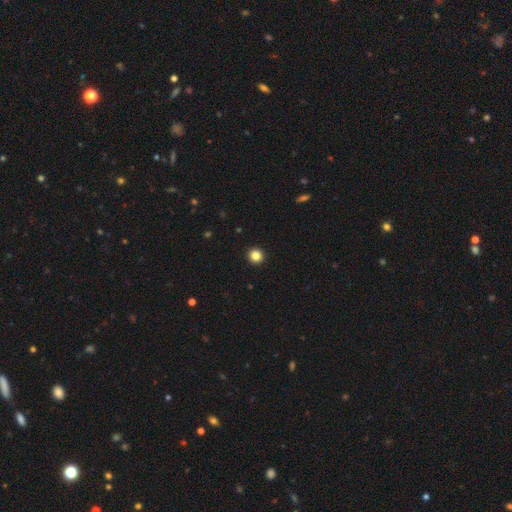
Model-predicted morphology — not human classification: A smooth galaxy with no disk features (85%) that is round (94%). Merging: none (94%).